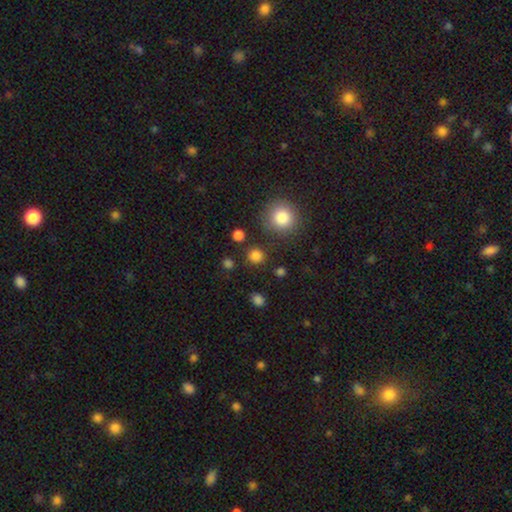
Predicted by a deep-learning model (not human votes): Smooth or featured? Predicted: smooth (p=0.81). How rounded? Predicted: round (p=0.91). Merging? Predicted: none (p=0.86).